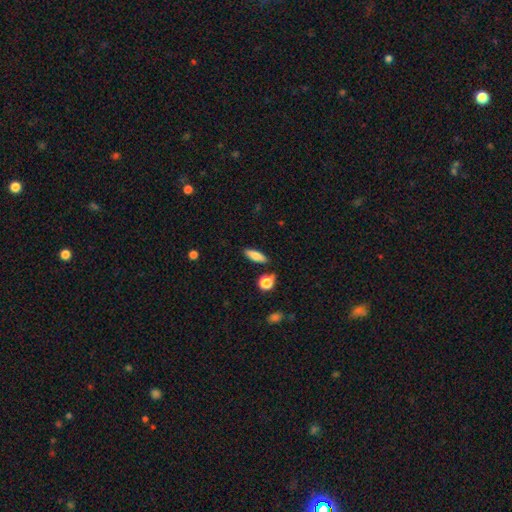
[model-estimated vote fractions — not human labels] Q: Smooth or featured?
A: smooth (80%); runner-up: featured or disk (13%)
Q: How rounded?
A: in between (52%); runner-up: cigar-shaped (44%)
Q: Merging?
A: none (83%); runner-up: minor disturbance (11%)